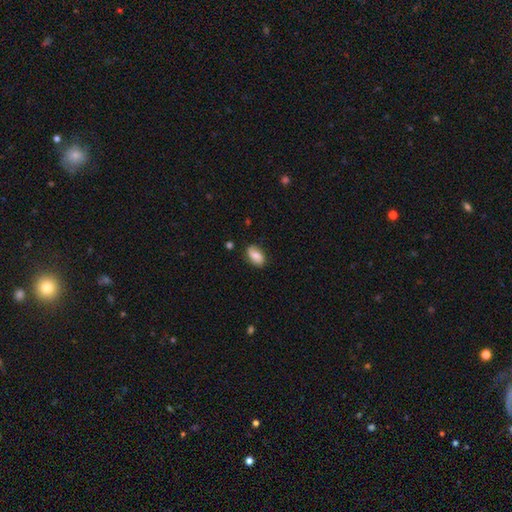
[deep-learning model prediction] smooth 74%, featured or disk 18%, star or artifact 7%. Down the decision tree: how rounded — in between (91%); merging — none (76%).